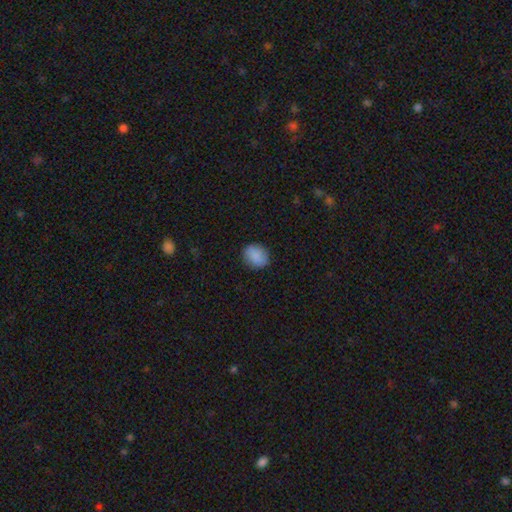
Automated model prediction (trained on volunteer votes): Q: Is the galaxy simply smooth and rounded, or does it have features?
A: smooth — 88%.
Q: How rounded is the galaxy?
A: round — 57%.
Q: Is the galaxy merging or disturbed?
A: none — 85%.